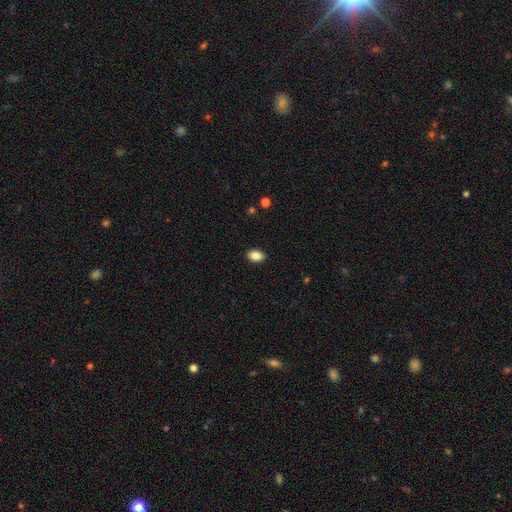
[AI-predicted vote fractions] smooth-or-featured: smooth: 86% | star or artifact: 8% | featured or disk: 5%
  how-rounded: in between: 86% | round: 12% | cigar-shaped: 1%
  merging: none: 90% | minor disturbance: 7% | major disturbance: 2% | merger: 1%